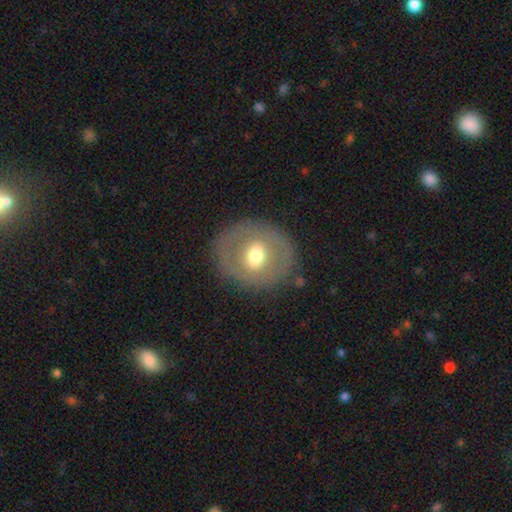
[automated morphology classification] Q: Smooth or featured?
A: featured or disk (48%); runner-up: smooth (45%)
Q: Merging?
A: none (82%); runner-up: minor disturbance (11%)